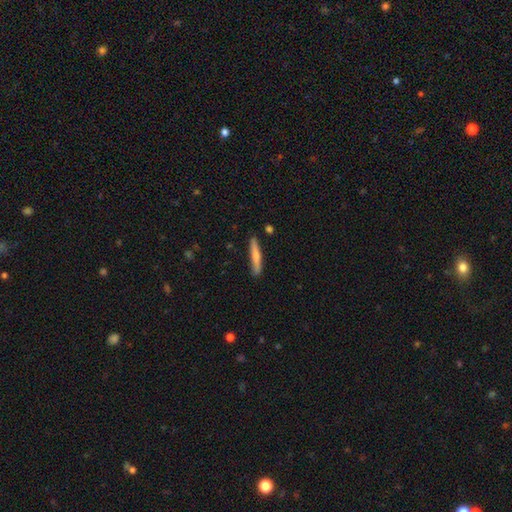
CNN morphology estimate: Q: Smooth or featured?
A: smooth (68%); runner-up: featured or disk (26%)
Q: How rounded?
A: cigar-shaped (93%); runner-up: in between (5%)
Q: Merging?
A: none (84%); runner-up: minor disturbance (12%)